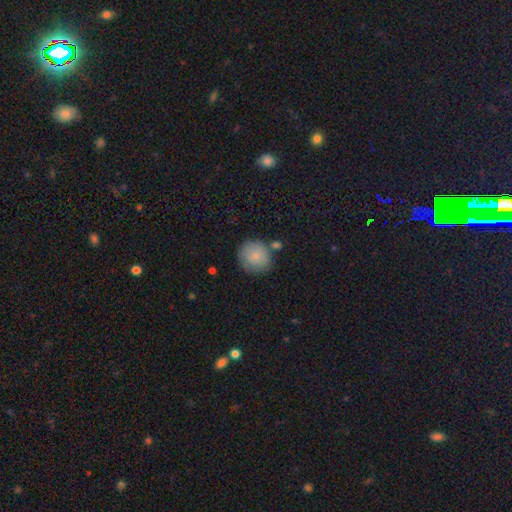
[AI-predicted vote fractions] The model was most divided on "merging": none: 71%, minor disturbance: 16%, merger: 9%, major disturbance: 4%. More confident: how rounded — round (90%); smooth or featured — smooth (83%).